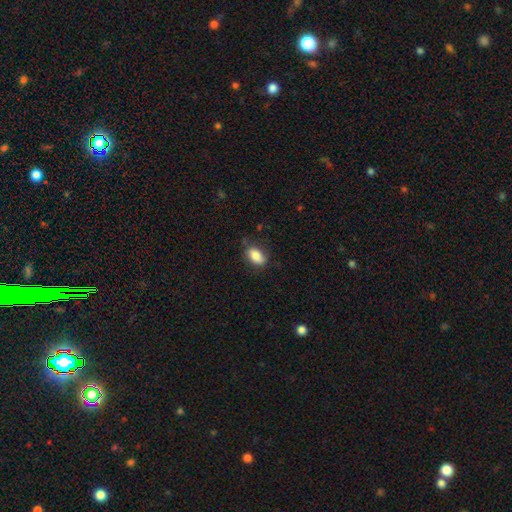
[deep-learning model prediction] Q: Smooth or featured?
A: smooth (83%); runner-up: featured or disk (10%)
Q: How rounded?
A: in between (88%); runner-up: round (9%)
Q: Merging?
A: none (74%); runner-up: minor disturbance (20%)